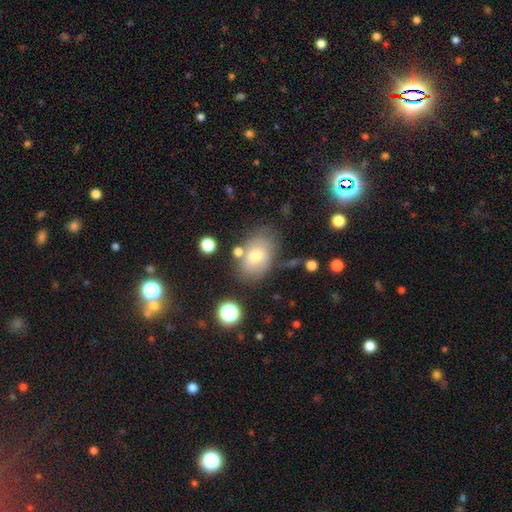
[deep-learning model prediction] Overall: smooth (63%; featured or disk 25%). How rounded: in between (80%). Merging: none (67%).